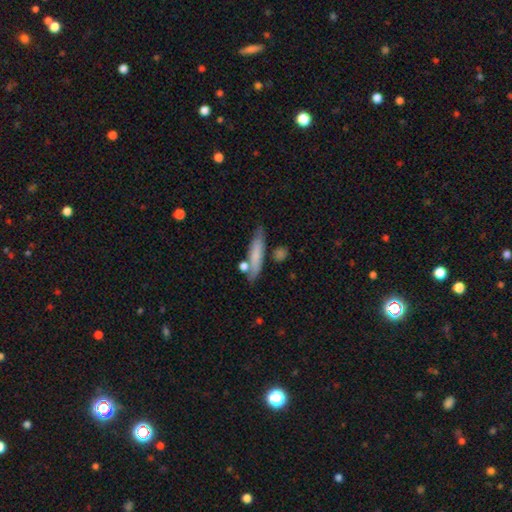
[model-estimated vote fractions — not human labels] Smooth or featured? smooth (66%)
How rounded? cigar-shaped (79%)
Merging? none (69%)